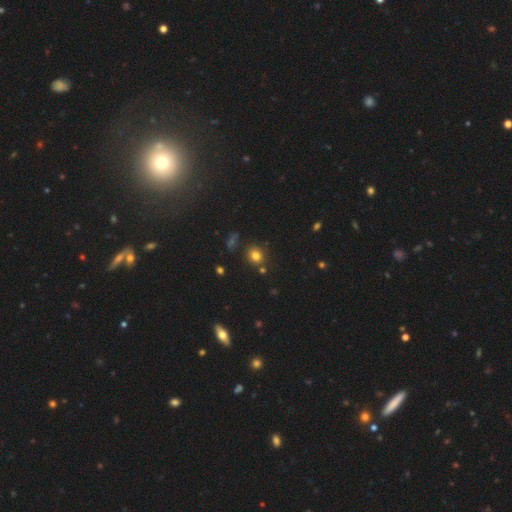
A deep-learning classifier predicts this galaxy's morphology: Smooth or featured? Predicted: smooth (p=0.77). How rounded? Predicted: round (p=0.75). Merging? Predicted: none (p=0.80).